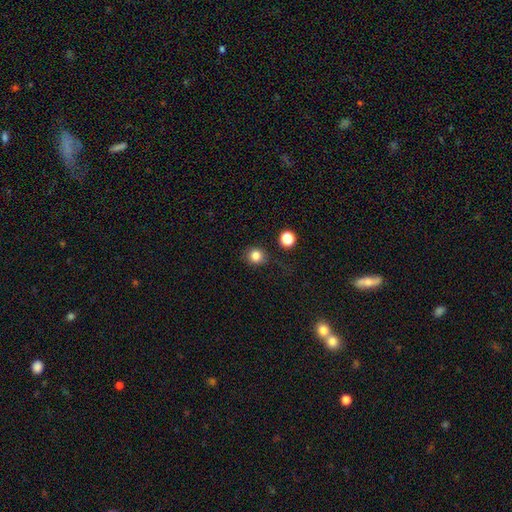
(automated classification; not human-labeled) Smooth or featured? smooth (83%)
How rounded? round (85%)
Merging? none (80%)